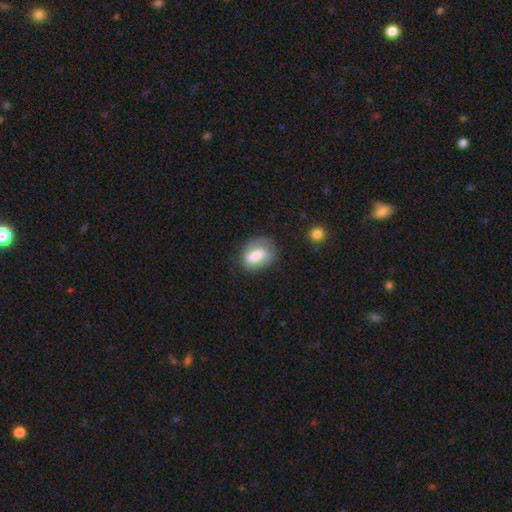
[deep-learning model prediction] Morphology: type=smooth (68%); roundness=in between (79%); merging=none (66%).